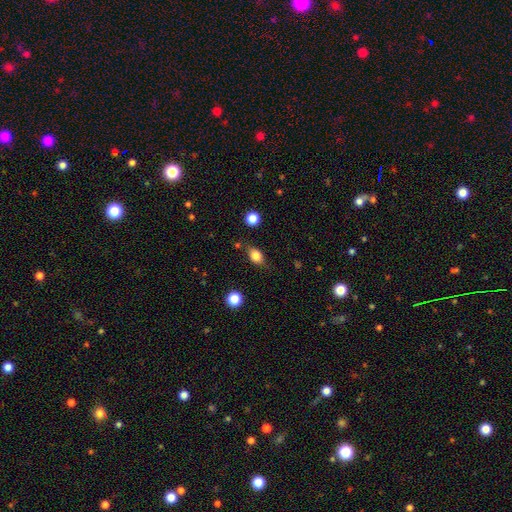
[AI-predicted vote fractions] A smooth galaxy with no disk features (81%) that is in between round and cigar-shaped (76%). Merging: none (75%).